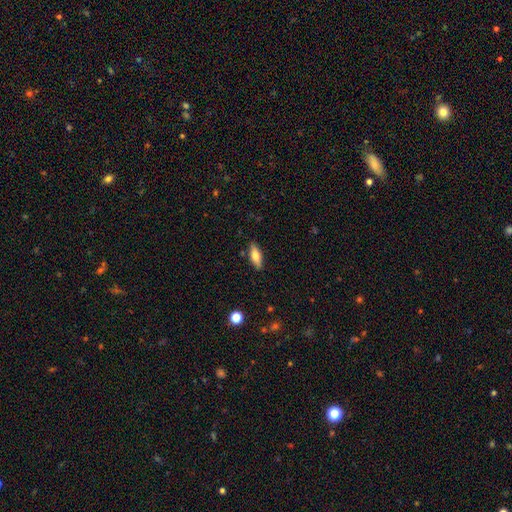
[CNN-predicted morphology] A smooth galaxy with no disk features (70%) that is in between round and cigar-shaped (66%). Merging: none (87%).